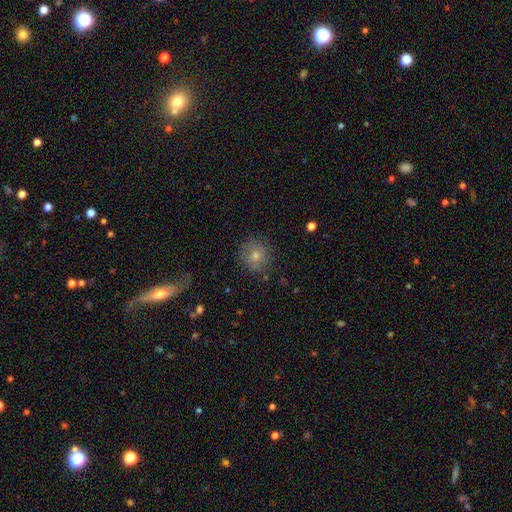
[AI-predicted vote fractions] The model was most divided on "smooth or featured": smooth: 59%, featured or disk: 23%, star or artifact: 18%. More confident: how rounded — round (89%); merging — none (83%).